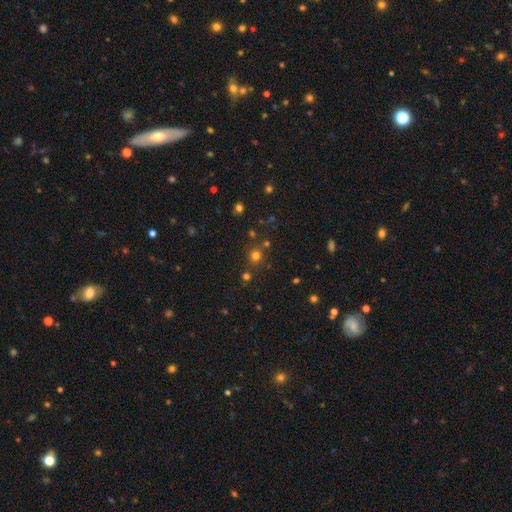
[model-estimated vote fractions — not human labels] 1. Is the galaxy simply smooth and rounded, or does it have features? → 68% smooth, 26% star or artifact, 7% featured or disk.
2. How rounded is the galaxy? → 88% round, 11% in between, 1% cigar-shaped.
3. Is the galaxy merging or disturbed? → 79% none, 10% merger, 8% minor disturbance, 3% major disturbance.